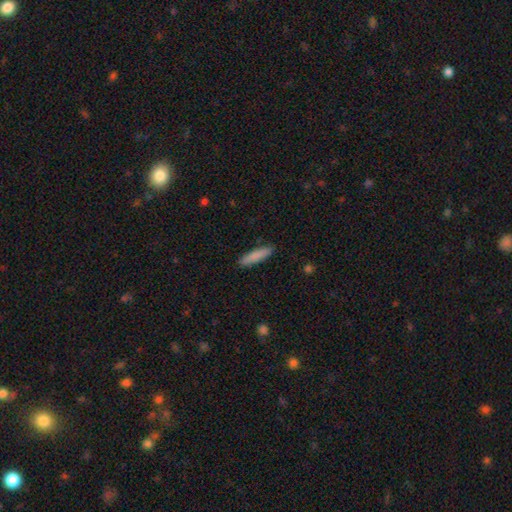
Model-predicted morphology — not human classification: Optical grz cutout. It shows a smooth galaxy with no disk features (85%) that is cigar-shaped (83%). Merging: none (89%).